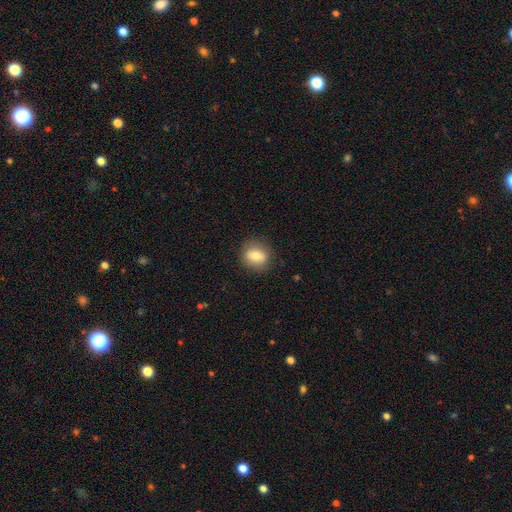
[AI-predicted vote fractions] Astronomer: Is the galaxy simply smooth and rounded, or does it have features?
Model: smooth — 76%.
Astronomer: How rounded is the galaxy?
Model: round — 64%.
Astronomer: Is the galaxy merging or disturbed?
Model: none — 84%.